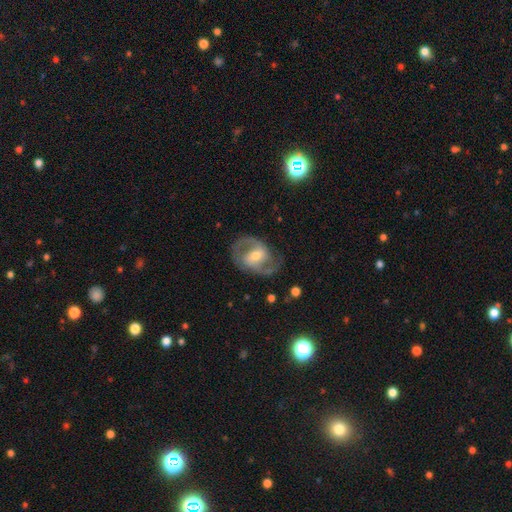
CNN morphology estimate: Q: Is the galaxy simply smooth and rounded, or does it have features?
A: featured or disk — 81%.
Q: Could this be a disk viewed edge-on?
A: no — 97%.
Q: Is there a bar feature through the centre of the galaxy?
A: weak — 45%.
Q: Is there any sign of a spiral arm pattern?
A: yes — 89%.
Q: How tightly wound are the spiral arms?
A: medium — 56%.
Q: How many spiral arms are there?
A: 2 — 88%.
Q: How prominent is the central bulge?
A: moderate — 56%.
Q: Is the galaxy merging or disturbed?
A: none — 74%.